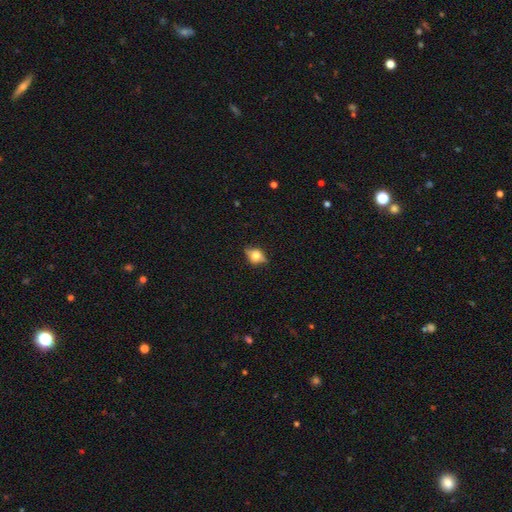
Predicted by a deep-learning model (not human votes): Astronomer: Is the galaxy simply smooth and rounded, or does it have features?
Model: smooth — 49% (runner-up: featured or disk, 40%).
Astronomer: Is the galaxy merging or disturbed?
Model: none — 76%.